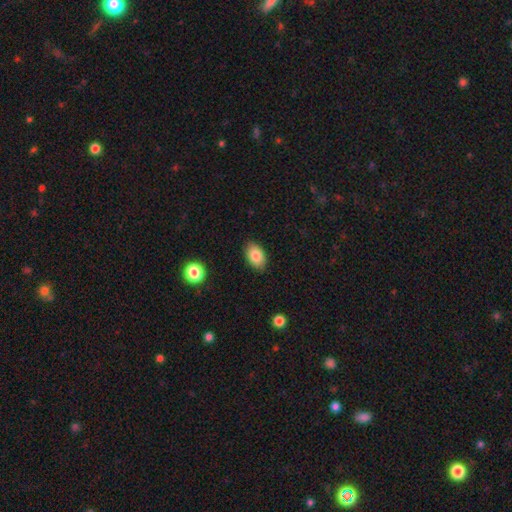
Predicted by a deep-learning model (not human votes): Smooth or featured: smooth — 84% (featured or disk — 8%)
How rounded: in between — 89% (round — 10%)
Merging: none — 87% (minor disturbance — 10%)